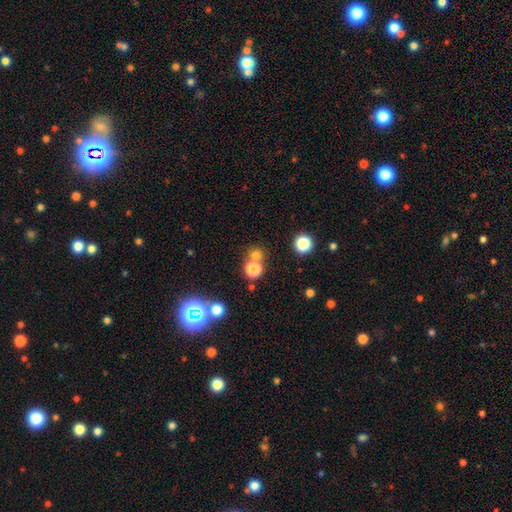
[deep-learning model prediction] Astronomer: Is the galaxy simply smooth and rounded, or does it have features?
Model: smooth — 70%.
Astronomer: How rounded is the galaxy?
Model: round — 88%.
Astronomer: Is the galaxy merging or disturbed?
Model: none — 59%.